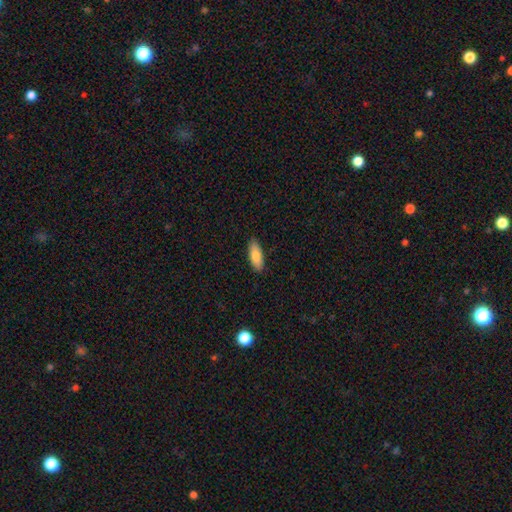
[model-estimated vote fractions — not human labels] Smooth or featured: smooth — 81% (featured or disk — 13%)
How rounded: in between — 71% (cigar-shaped — 27%)
Merging: none — 89% (minor disturbance — 8%)